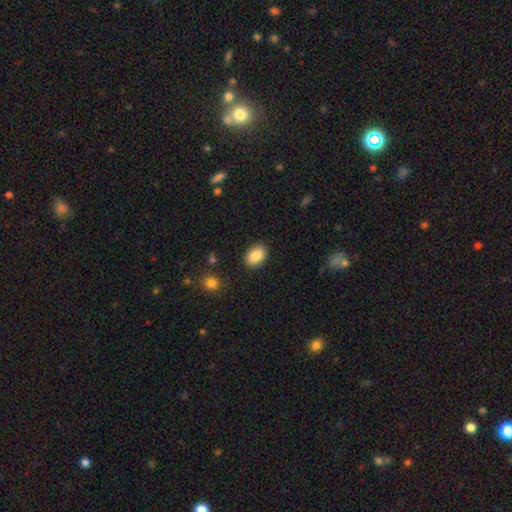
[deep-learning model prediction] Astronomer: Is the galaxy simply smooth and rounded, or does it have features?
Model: smooth — 88%.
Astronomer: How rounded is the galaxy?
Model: in between — 85%.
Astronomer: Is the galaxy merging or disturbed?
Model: none — 87%.